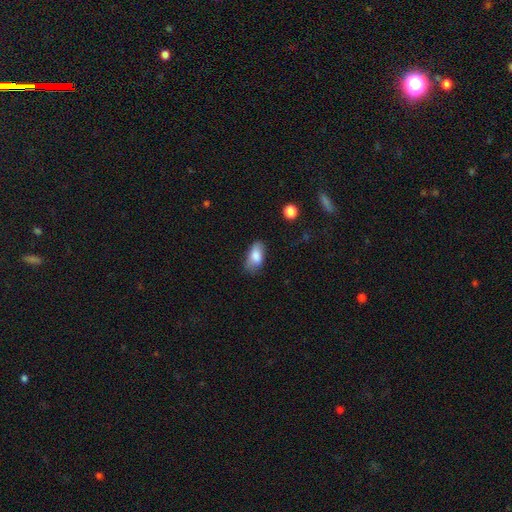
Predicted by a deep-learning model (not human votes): Q: Smooth or featured?
A: smooth (83%); runner-up: featured or disk (10%)
Q: How rounded?
A: in between (91%); runner-up: cigar-shaped (5%)
Q: Merging?
A: none (63%); runner-up: minor disturbance (27%)